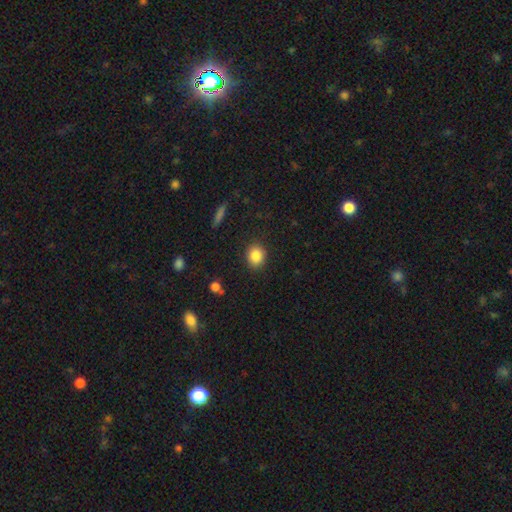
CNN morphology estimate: A smooth galaxy with no disk features (86%) that is round (66%). Merging: none (89%).